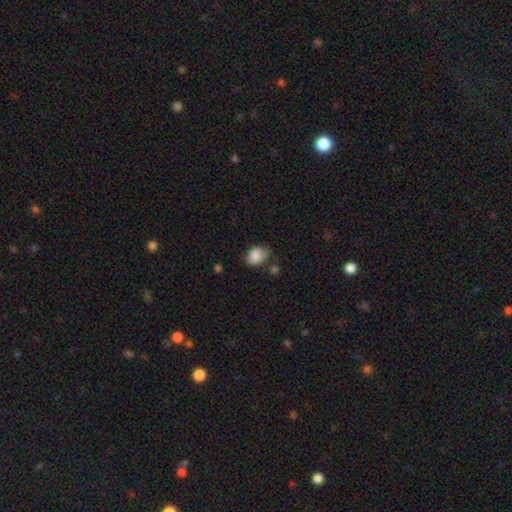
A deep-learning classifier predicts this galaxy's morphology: This appears to be a smooth galaxy with no disk features (84%) that is in between round and cigar-shaped (66%). Merging: none (50%).